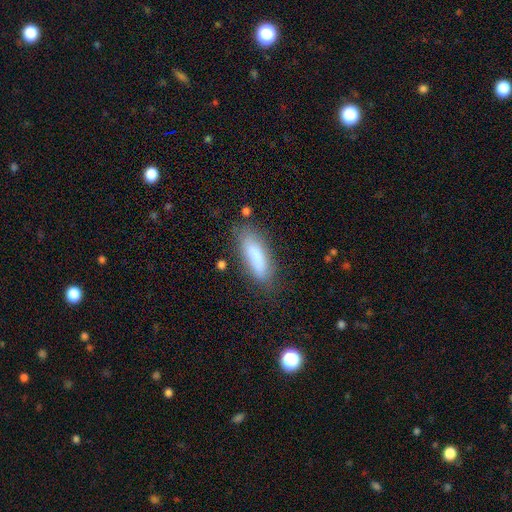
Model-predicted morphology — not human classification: Smooth or featured? Predicted: smooth (p=0.80). How rounded? Predicted: in between (p=0.56). Merging? Predicted: none (p=0.72).